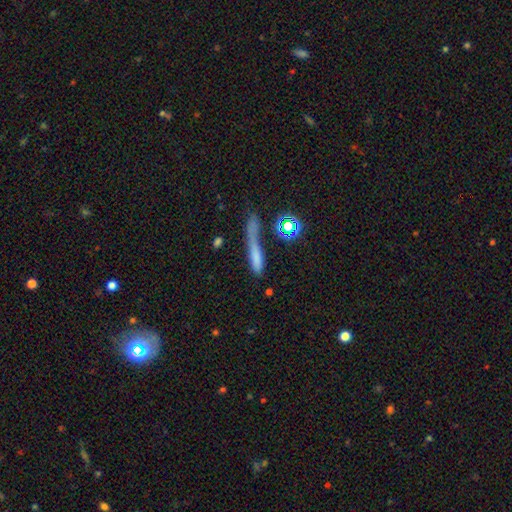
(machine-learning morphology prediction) smooth 65%, featured or disk 19%, star or artifact 17%. Down the decision tree: how rounded — cigar-shaped (75%); merging — none (43%).